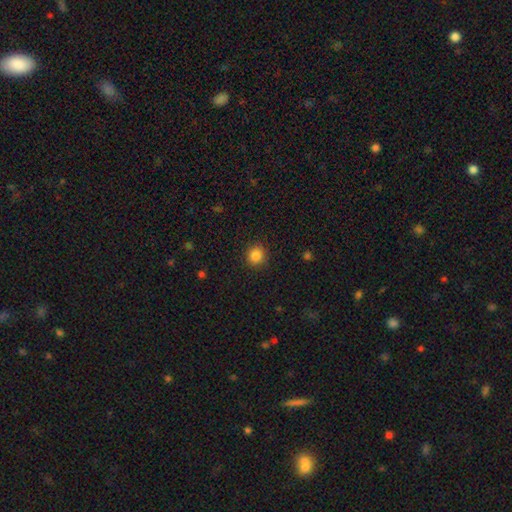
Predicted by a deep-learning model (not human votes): A smooth galaxy with no disk features (85%) that is round (91%). Merging: none (90%).